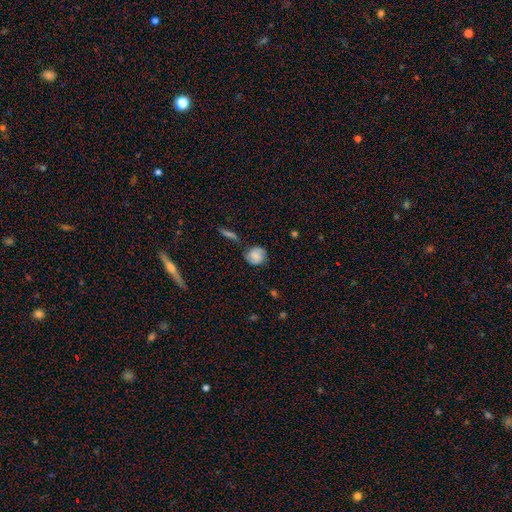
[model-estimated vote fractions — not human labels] The model was most divided on "smooth or featured": smooth: 64%, featured or disk: 27%, star or artifact: 9%. More confident: how rounded — round (82%); merging — none (69%).